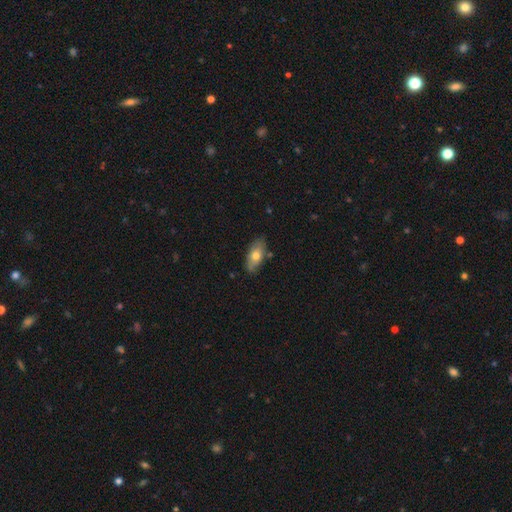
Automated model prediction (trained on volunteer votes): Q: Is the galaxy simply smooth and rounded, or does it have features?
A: smooth — 67%.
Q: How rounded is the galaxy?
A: in between — 85%.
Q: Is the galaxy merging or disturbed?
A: none — 78%.